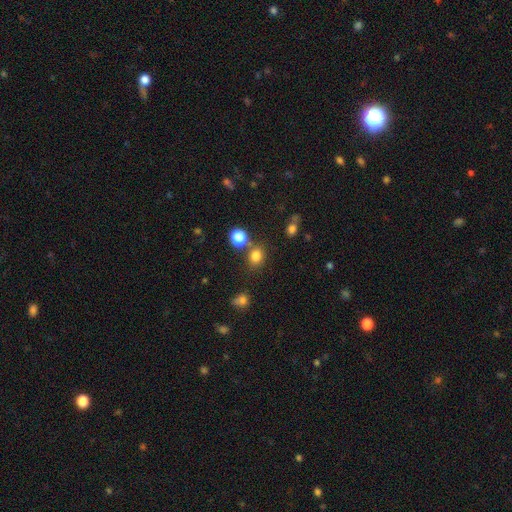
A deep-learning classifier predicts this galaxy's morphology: smooth 77%, star or artifact 17%, featured or disk 6%. Down the decision tree: how rounded — round (61%); merging — none (69%).